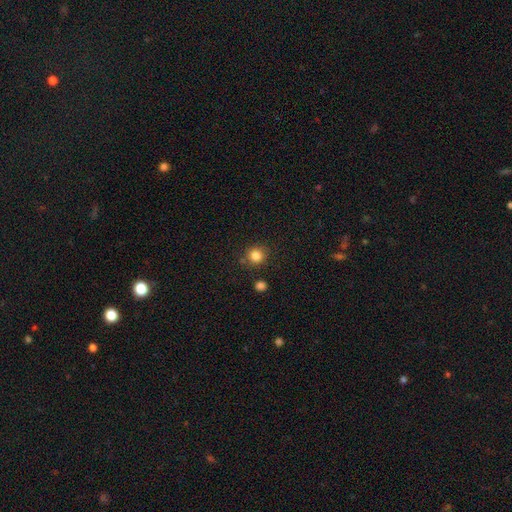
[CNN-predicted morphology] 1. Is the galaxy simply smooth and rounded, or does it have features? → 84% smooth, 11% star or artifact, 5% featured or disk.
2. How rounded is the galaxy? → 91% round, 9% in between, 1% cigar-shaped.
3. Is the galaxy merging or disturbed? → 83% none, 9% minor disturbance, 5% merger, 3% major disturbance.